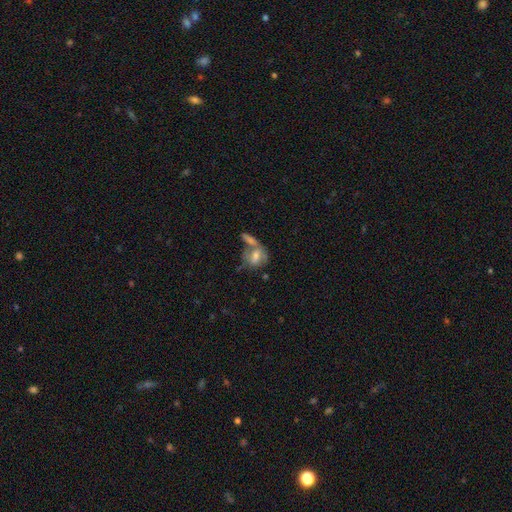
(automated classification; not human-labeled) Smooth or featured: smooth — 54% (featured or disk — 36%)
How rounded: in between — 60% (round — 35%)
Merging: merger — 42% (none — 32%)